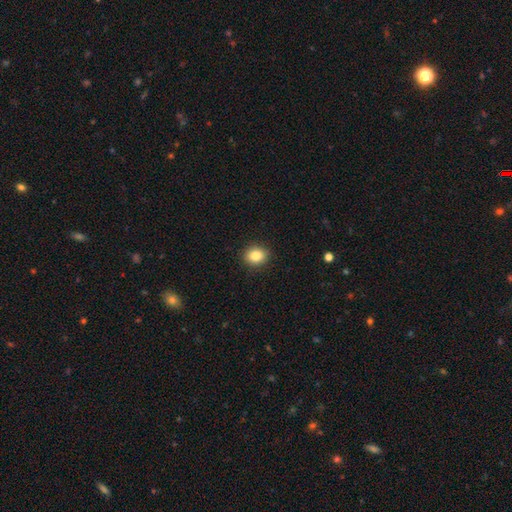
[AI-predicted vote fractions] A smooth galaxy with no disk features (84%) that is round (71%). Merging: none (91%).